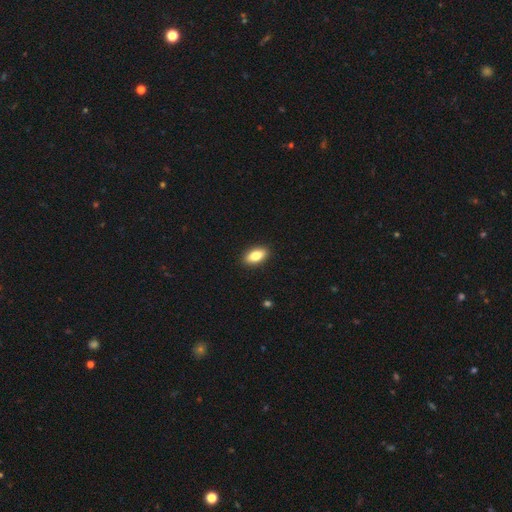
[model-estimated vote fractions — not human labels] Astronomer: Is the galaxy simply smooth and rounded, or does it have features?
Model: smooth — 81%.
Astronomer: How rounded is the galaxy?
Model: in between — 88%.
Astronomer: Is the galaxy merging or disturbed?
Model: none — 91%.